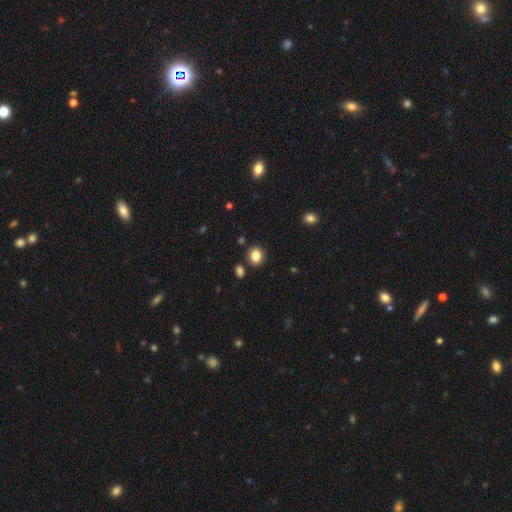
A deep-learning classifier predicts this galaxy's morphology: smooth 85%, star or artifact 10%, featured or disk 5%. Down the decision tree: how rounded — round (64%); merging — none (84%).